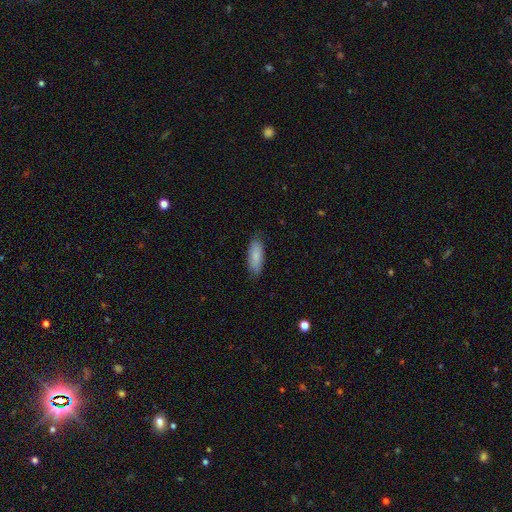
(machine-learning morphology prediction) smooth-or-featured: smooth: 83% | featured or disk: 12% | star or artifact: 6%
  how-rounded: in between: 75% | cigar-shaped: 23% | round: 2%
  merging: none: 80% | minor disturbance: 16% | major disturbance: 3% | merger: 1%